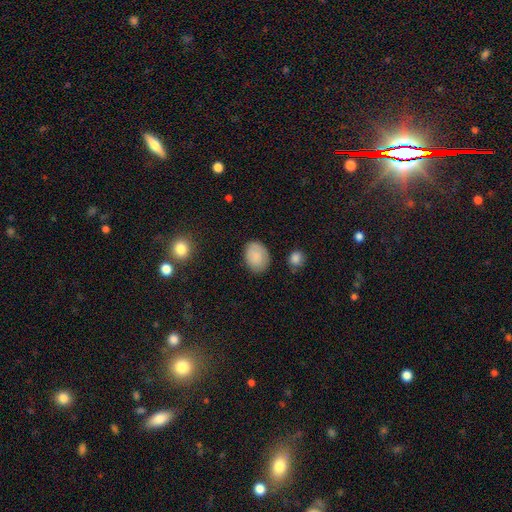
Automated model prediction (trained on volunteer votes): Q: Smooth or featured?
A: smooth (86%); runner-up: featured or disk (7%)
Q: How rounded?
A: in between (72%); runner-up: round (27%)
Q: Merging?
A: none (82%); runner-up: minor disturbance (13%)